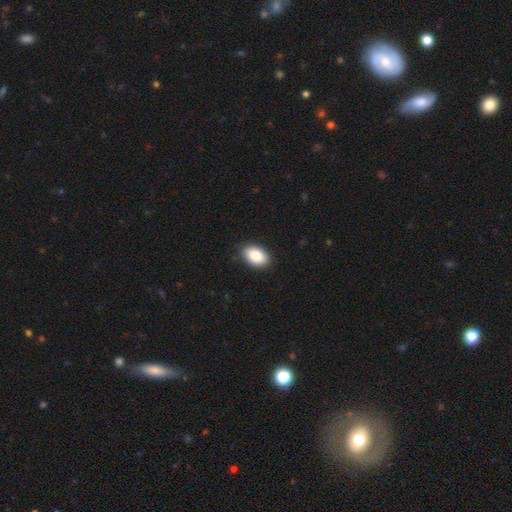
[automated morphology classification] Smooth or featured?
  - smooth: 87% *
  - star or artifact: 7%
  - featured or disk: 7%
How rounded?
  - in between: 92% *
  - round: 7%
  - cigar-shaped: 1%
Merging?
  - none: 89% *
  - minor disturbance: 8%
  - major disturbance: 2%
  - merger: 1%